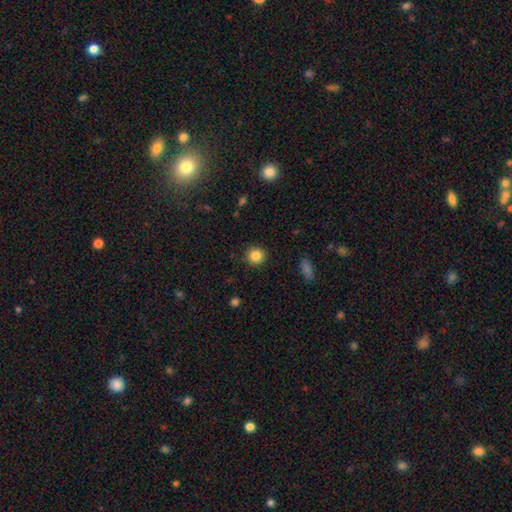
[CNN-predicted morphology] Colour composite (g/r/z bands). It shows a smooth galaxy with no disk features (85%) that is round (92%). Merging: none (91%).